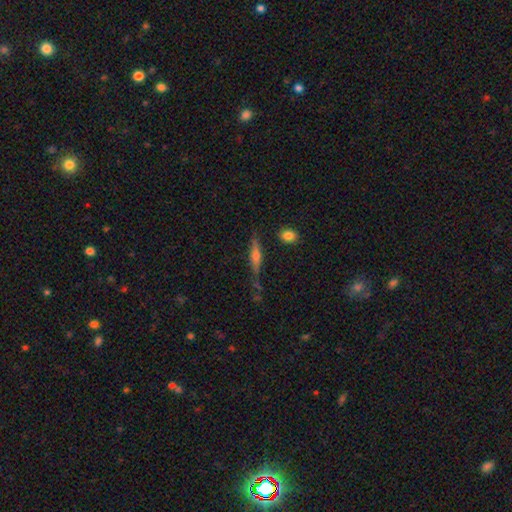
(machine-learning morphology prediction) smooth_or_featured: featured or disk (p=0.54) [alt: smooth p=0.37]
disk_edge_on: yes (p=0.94) [alt: no p=0.06]
edge_on_bulge: rounded (p=0.71) [alt: boxy p=0.16]
merging: none (p=0.72) [alt: minor disturbance p=0.18]